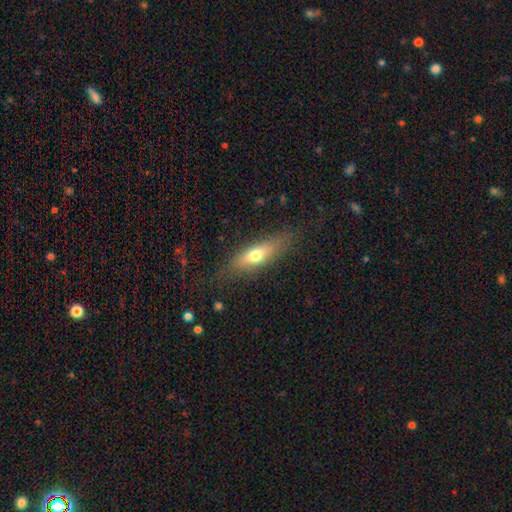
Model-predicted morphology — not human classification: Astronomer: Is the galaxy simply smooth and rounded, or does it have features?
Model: smooth — 61%.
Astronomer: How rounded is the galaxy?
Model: cigar-shaped — 51% (runner-up: in between, 46%).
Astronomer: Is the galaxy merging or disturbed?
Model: none — 79%.